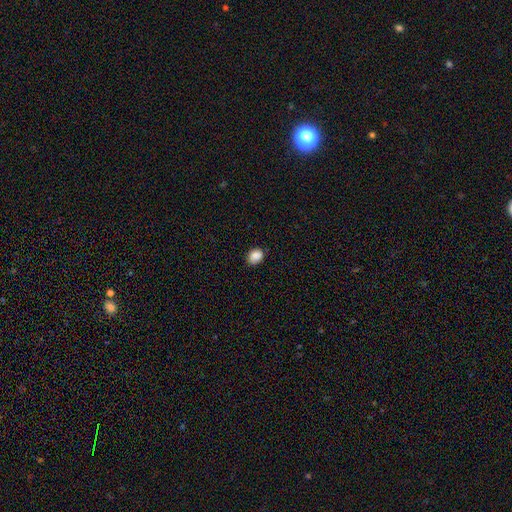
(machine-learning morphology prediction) smooth 87%, star or artifact 9%, featured or disk 4%. Down the decision tree: how rounded — in between (60%); merging — none (78%).